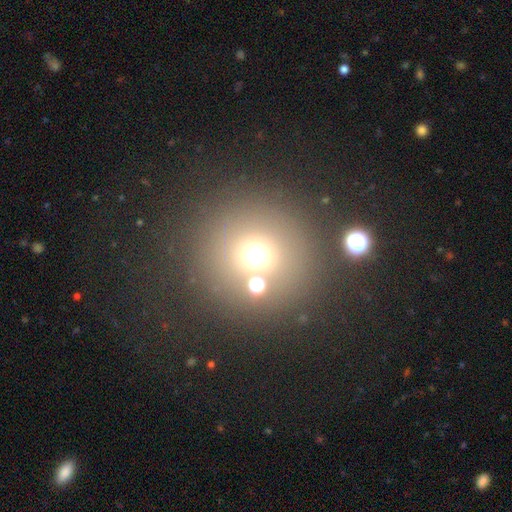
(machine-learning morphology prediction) Smooth or featured? Predicted: smooth (p=0.63). How rounded? Predicted: round (p=0.93). Merging? Predicted: none (p=0.74).